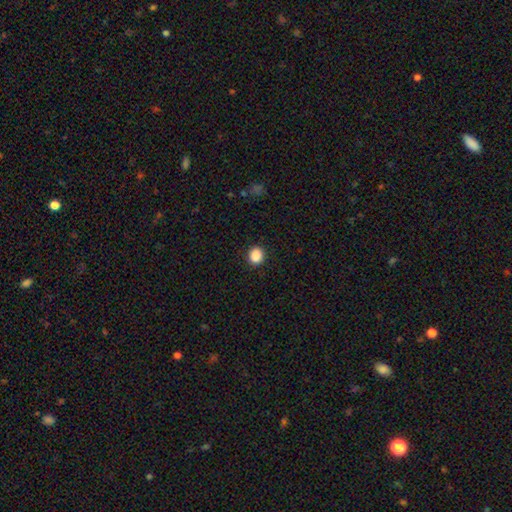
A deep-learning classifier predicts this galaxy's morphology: smooth_or_featured: smooth (p=0.89) [alt: star or artifact p=0.09]
how_rounded: round (p=0.74) [alt: in between p=0.25]
merging: none (p=0.91) [alt: minor disturbance p=0.06]